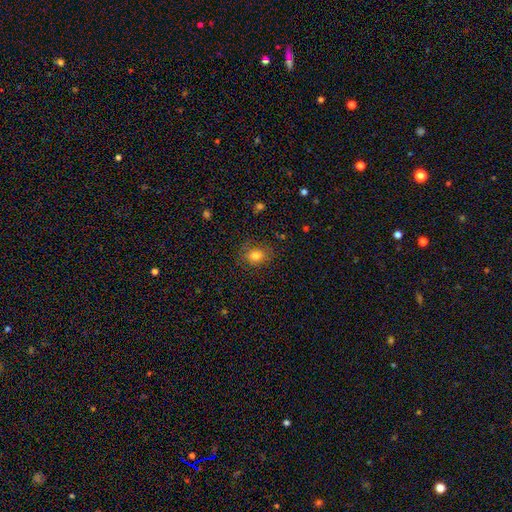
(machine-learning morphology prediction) Q: Smooth or featured?
A: smooth (80%); runner-up: star or artifact (11%)
Q: How rounded?
A: in between (52%); runner-up: round (47%)
Q: Merging?
A: none (80%); runner-up: minor disturbance (14%)